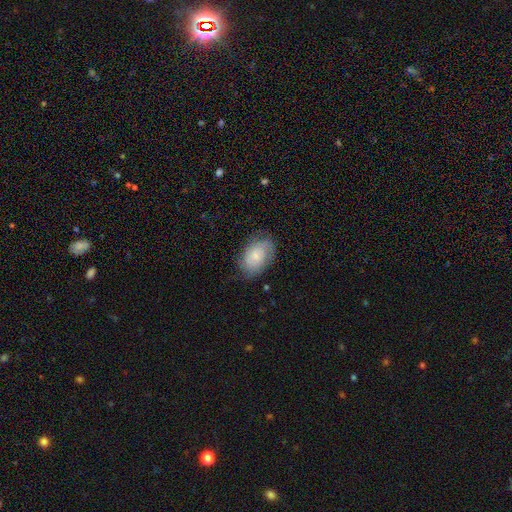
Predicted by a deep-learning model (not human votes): Smooth or featured? smooth (57%)
How rounded? in between (86%)
Merging? none (70%)